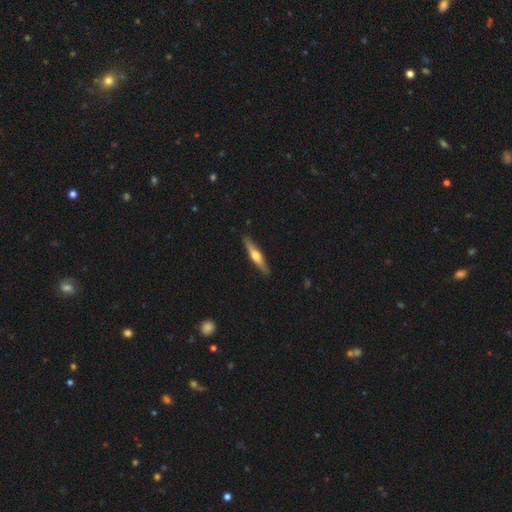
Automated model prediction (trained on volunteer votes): A featured or disk galaxy (55%) viewed edge-on (95%) with a rounded central bulge (89%).

Vote fractions:
- Smooth or featured? featured or disk: 55% / smooth: 40% / star or artifact: 5%
- Edge-on disk? yes: 95% / no: 5%
- Edge-on bulge? rounded: 89% / none: 7% / boxy: 4%
- Merging? none: 90% / minor disturbance: 7% / major disturbance: 1% / merger: 1%